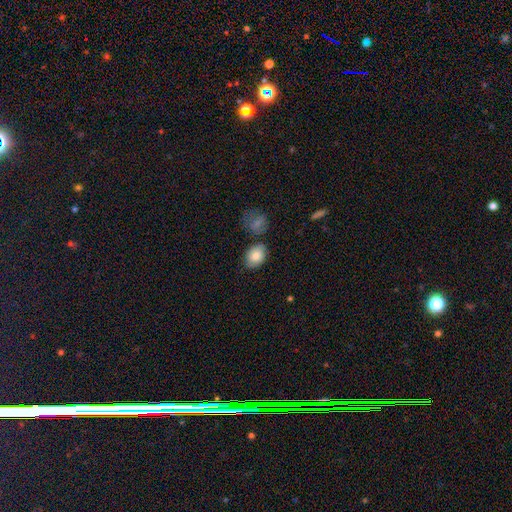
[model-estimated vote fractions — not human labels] Smooth or featured? smooth (79%)
How rounded? in between (71%)
Merging? none (68%)